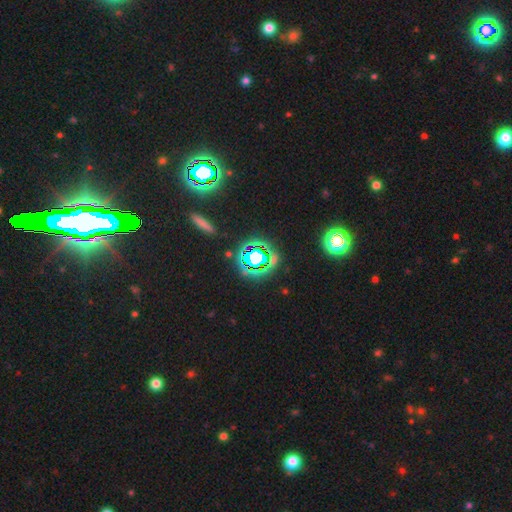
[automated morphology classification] Q: Smooth or featured?
A: star or artifact (71%); runner-up: smooth (17%)